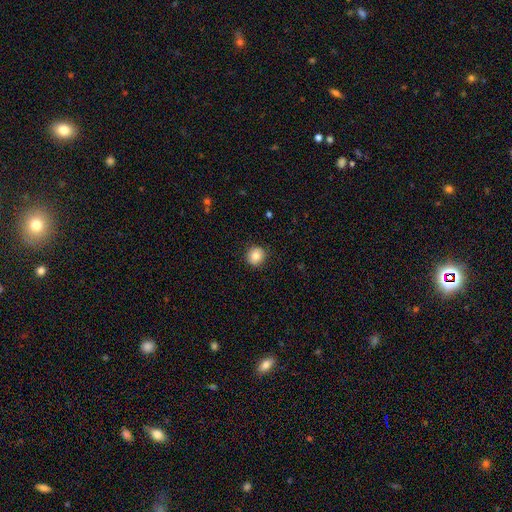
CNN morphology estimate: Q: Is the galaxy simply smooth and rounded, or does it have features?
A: smooth — 83%.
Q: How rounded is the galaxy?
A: round — 90%.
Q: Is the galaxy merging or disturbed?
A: none — 89%.